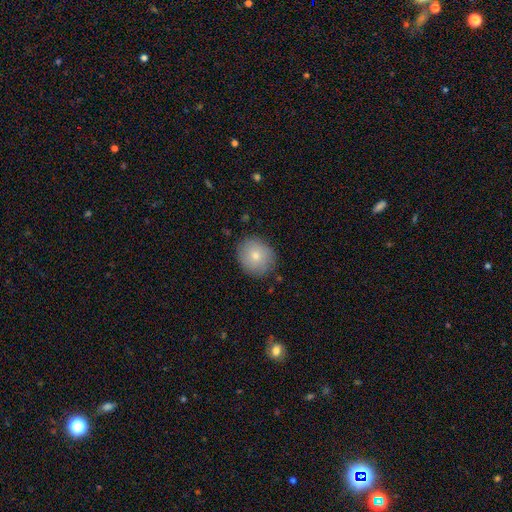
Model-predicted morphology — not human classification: This appears to be a smooth galaxy with no disk features (77%) that is round (78%). Merging: none (85%).